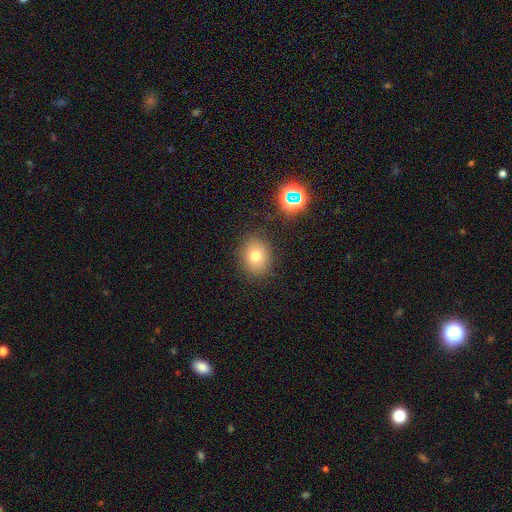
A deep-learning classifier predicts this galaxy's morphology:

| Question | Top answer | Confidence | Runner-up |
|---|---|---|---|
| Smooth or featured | smooth | 75% | star or artifact (15%) |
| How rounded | round | 57% | in between (42%) |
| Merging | none | 86% | minor disturbance (9%) |